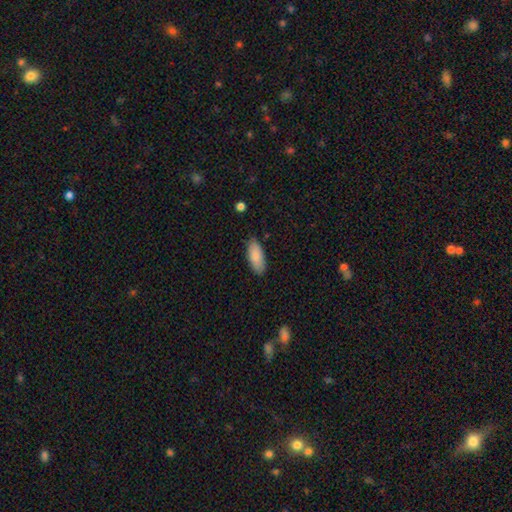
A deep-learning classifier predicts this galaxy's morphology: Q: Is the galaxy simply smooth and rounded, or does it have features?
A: smooth — 87%.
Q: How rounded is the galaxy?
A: in between — 82%.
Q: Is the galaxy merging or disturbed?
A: none — 85%.